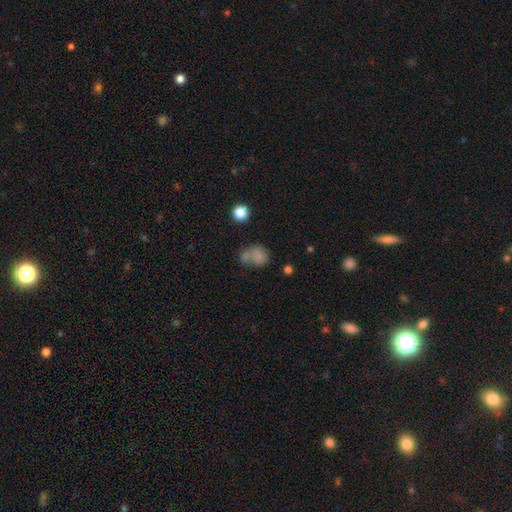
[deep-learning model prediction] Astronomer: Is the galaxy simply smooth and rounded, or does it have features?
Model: smooth — 69%.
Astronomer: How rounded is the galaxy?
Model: in between — 52% (runner-up: round, 47%).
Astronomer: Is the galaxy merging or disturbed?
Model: none — 34% (runner-up: merger, 28%).